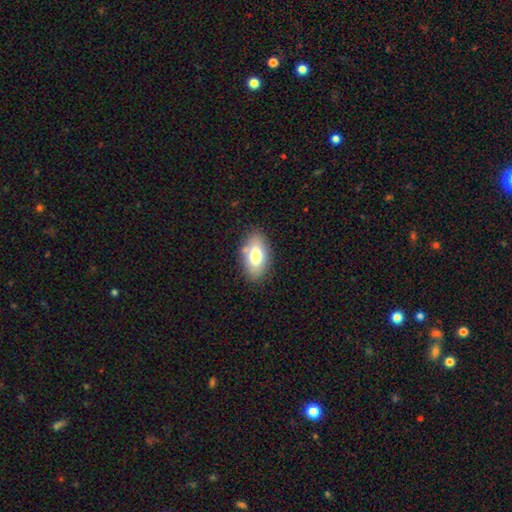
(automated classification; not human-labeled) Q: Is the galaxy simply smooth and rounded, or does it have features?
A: smooth — 72%.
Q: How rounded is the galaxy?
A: in between — 92%.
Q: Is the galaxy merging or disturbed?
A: none — 78%.